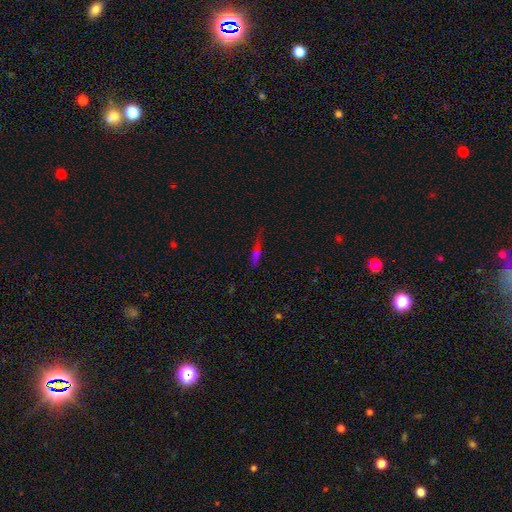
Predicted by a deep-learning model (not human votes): Overall: smooth (48%; star or artifact 26%). Merging: none (63%).